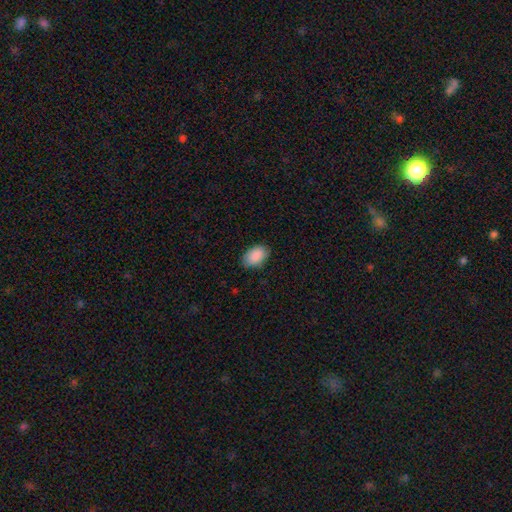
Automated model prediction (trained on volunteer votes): The model was most divided on "merging": none: 82%, minor disturbance: 14%, major disturbance: 3%, merger: 1%. More confident: smooth or featured — smooth (90%); how rounded — in between (90%).